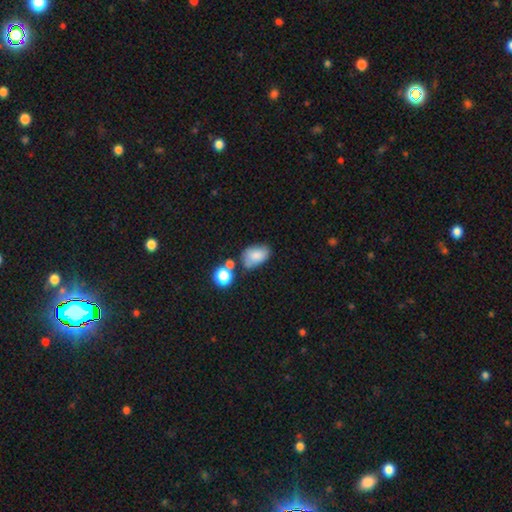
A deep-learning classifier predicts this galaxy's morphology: The model was most divided on "merging": none: 53%, minor disturbance: 24%, merger: 15%, major disturbance: 8%. More confident: how rounded — in between (87%); smooth or featured — smooth (78%).